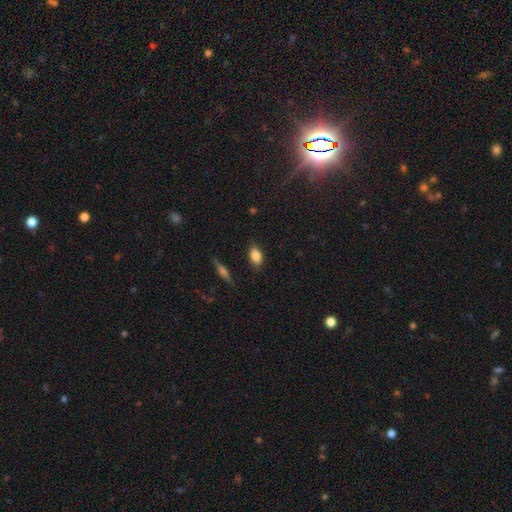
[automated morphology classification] Q: Smooth or featured?
A: smooth (85%); runner-up: star or artifact (8%)
Q: How rounded?
A: in between (88%); runner-up: round (9%)
Q: Merging?
A: none (81%); runner-up: minor disturbance (14%)